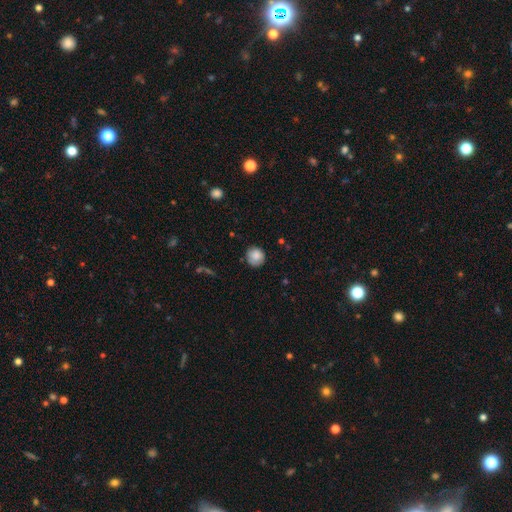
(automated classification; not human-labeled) A smooth galaxy with no disk features (85%) that is round (90%). Merging: none (80%).